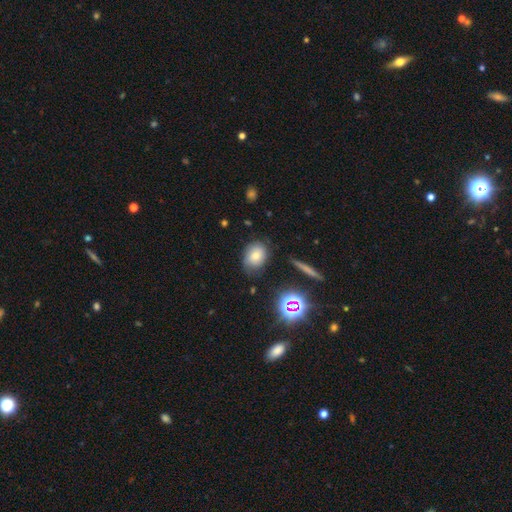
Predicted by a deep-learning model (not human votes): This is likely a smooth galaxy (71%). How rounded: likely in between (62%). Merging: likely none (70%).